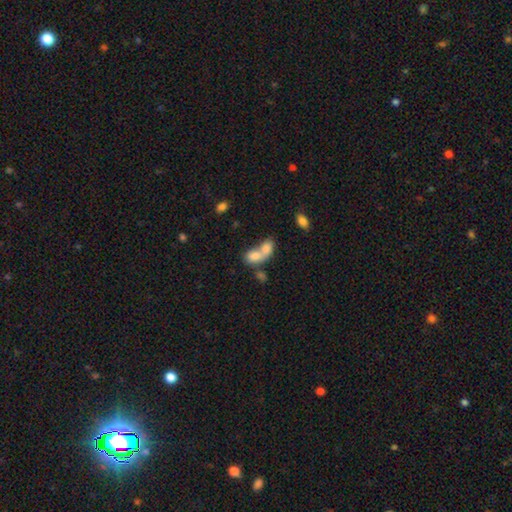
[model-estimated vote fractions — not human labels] The model was most divided on "how rounded": in between: 75%, round: 22%, cigar-shaped: 3%. More confident: smooth or featured — smooth (76%); merging — merger (75%).